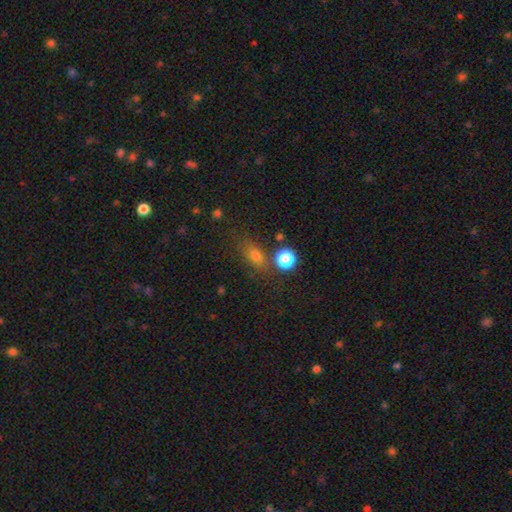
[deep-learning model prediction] Overall: smooth (69%). How rounded: in between (63%; round 26%). Merging: none (71%).